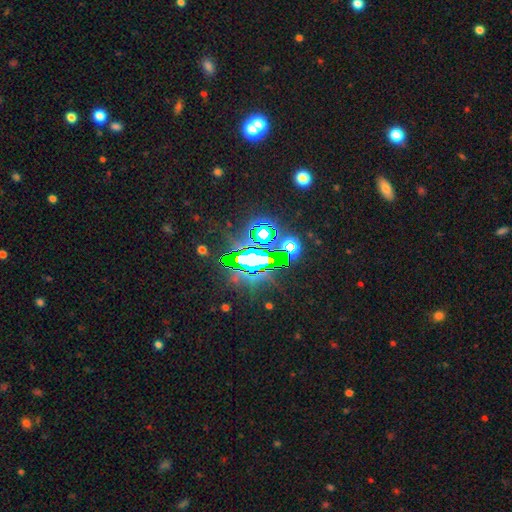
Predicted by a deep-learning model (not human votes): Smooth or featured?
  - star or artifact: 79% *
  - smooth: 11%
  - featured or disk: 11%